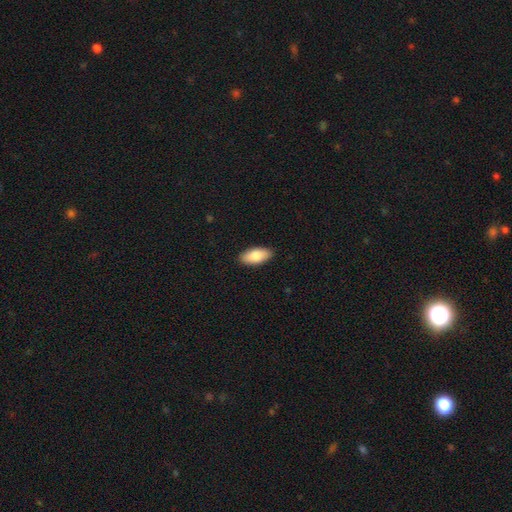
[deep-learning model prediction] smooth_or_featured: smooth (p=0.83) [alt: featured or disk p=0.11]
how_rounded: in between (p=0.90) [alt: cigar-shaped p=0.08]
merging: none (p=0.90) [alt: minor disturbance p=0.08]